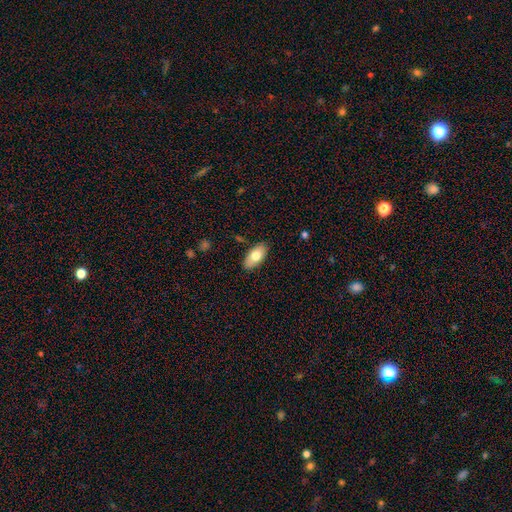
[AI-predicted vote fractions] Q: Smooth or featured?
A: smooth (74%); runner-up: featured or disk (20%)
Q: How rounded?
A: in between (92%); runner-up: cigar-shaped (5%)
Q: Merging?
A: none (85%); runner-up: minor disturbance (12%)